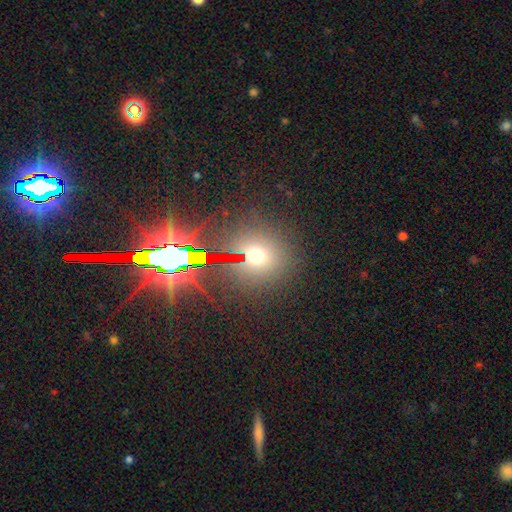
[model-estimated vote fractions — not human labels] Smooth or featured? smooth (52%)
How rounded? round (85%)
Merging? none (82%)